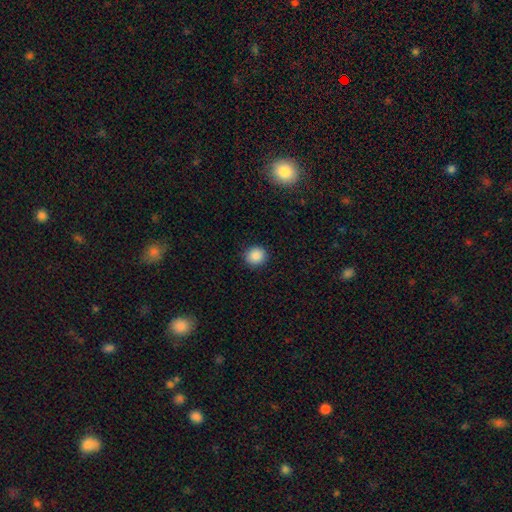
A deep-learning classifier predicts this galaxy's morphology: Q: Smooth or featured?
A: smooth (88%); runner-up: star or artifact (9%)
Q: How rounded?
A: round (88%); runner-up: in between (11%)
Q: Merging?
A: none (91%); runner-up: minor disturbance (6%)